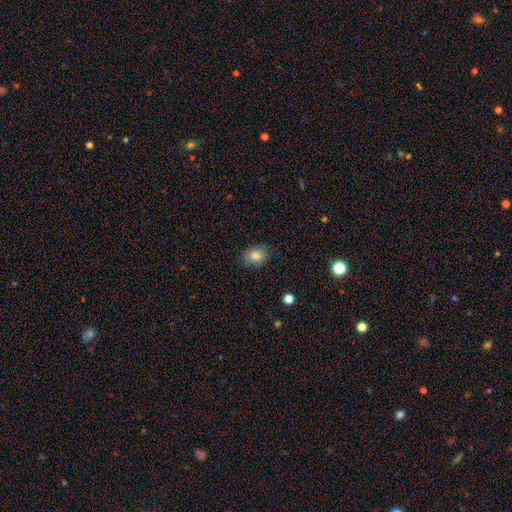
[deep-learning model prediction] Morphology: type=smooth (82%); roundness=in between (56%); merging=none (81%).